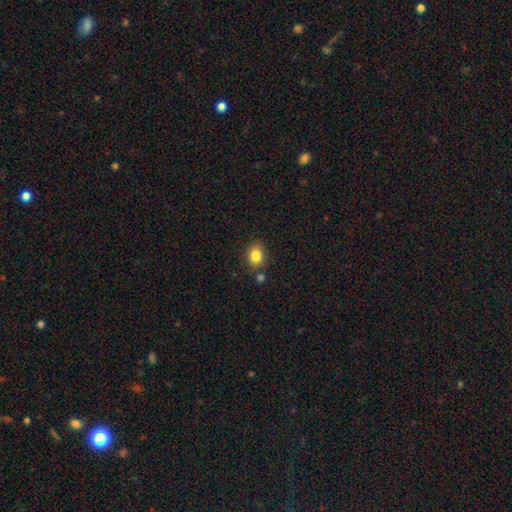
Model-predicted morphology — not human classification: This is clearly a smooth galaxy (84%). How rounded: likely in between (60%). Merging: likely none (78%).